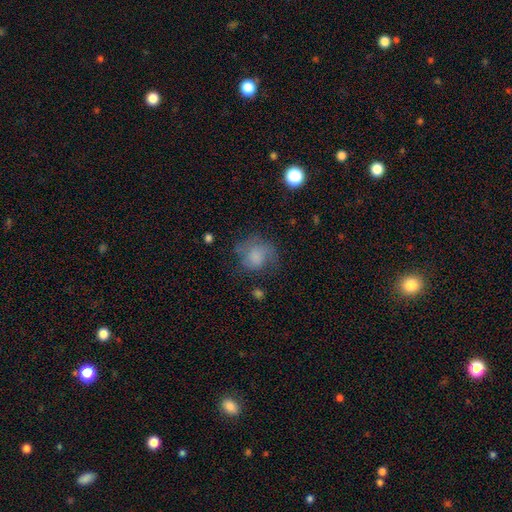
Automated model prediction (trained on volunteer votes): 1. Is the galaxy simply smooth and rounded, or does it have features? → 66% smooth, 24% featured or disk, 11% star or artifact.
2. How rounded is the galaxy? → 72% round, 27% in between, 1% cigar-shaped.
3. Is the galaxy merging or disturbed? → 49% none, 26% minor disturbance, 23% major disturbance, 3% merger.